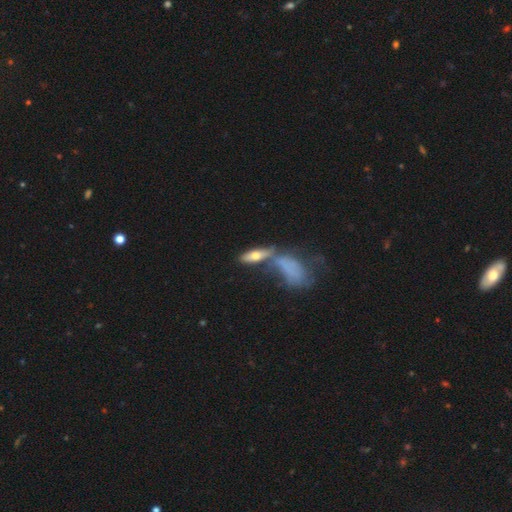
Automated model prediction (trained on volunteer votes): Smooth or featured? Predicted: smooth (p=0.56). How rounded? Predicted: in between (p=0.56). Merging? Predicted: none (p=0.43).